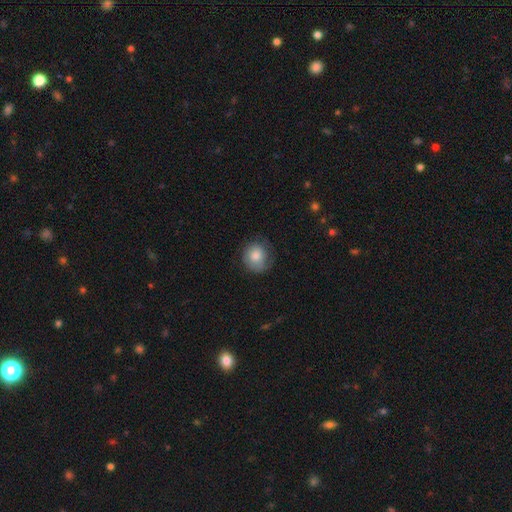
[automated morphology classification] smooth 79%, featured or disk 14%, star or artifact 7%. Down the decision tree: how rounded — round (80%); merging — none (67%).